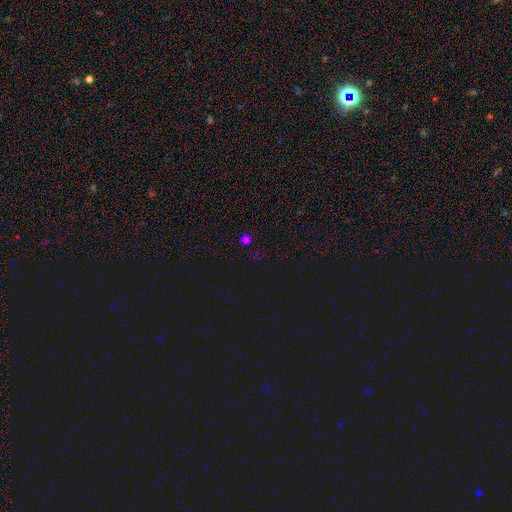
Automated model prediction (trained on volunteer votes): smooth_or_featured: star or artifact (p=0.53) [alt: smooth p=0.42]